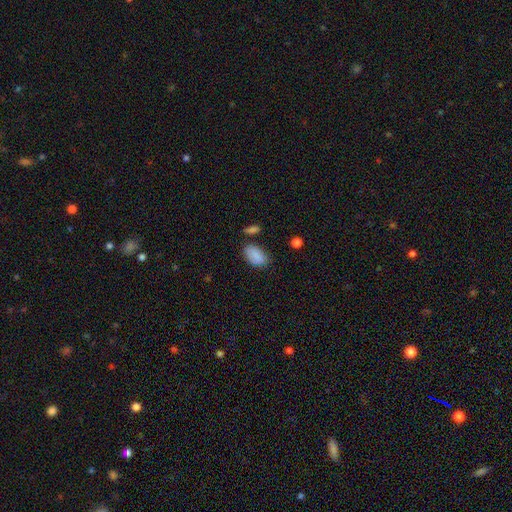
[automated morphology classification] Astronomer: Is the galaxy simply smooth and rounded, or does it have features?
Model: smooth — 86%.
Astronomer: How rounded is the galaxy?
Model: in between — 93%.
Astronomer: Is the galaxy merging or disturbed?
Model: none — 70%.